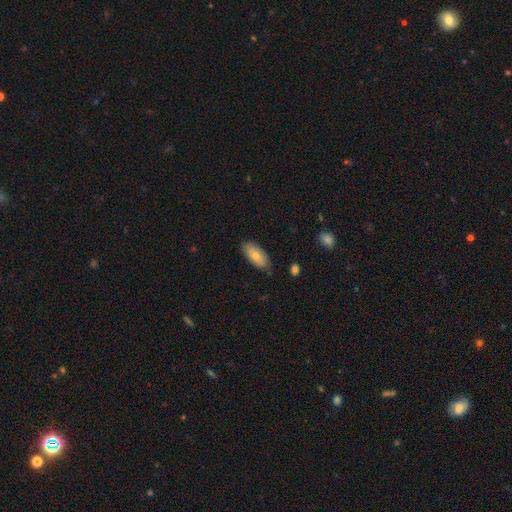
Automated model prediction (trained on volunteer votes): Smooth or featured? smooth (75%)
How rounded? in between (89%)
Merging? none (76%)